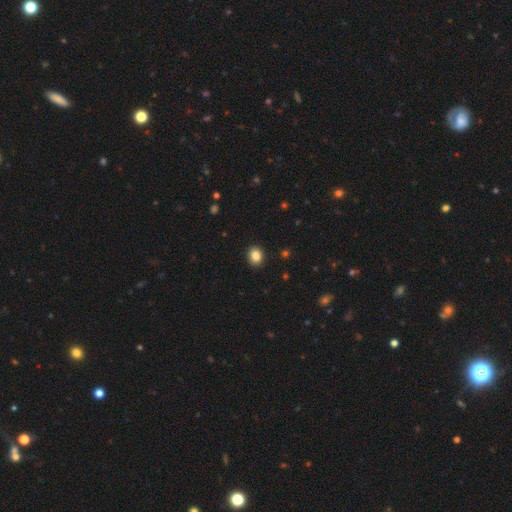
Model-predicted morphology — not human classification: Smooth or featured? smooth (86%)
How rounded? round (61%)
Merging? none (91%)